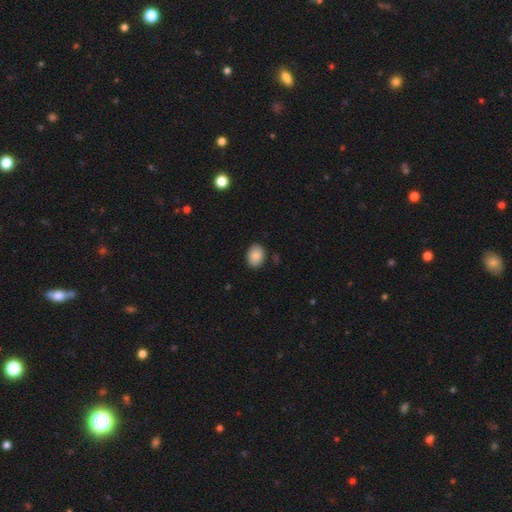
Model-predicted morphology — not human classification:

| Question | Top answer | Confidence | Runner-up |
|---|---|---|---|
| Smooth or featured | smooth | 87% | star or artifact (7%) |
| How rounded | in between | 73% | round (26%) |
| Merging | none | 87% | minor disturbance (10%) |